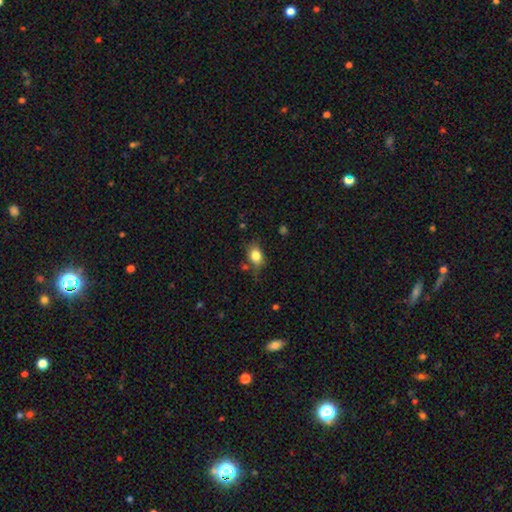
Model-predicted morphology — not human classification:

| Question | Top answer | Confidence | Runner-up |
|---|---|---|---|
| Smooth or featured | smooth | 82% | star or artifact (9%) |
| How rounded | in between | 68% | round (31%) |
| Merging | none | 67% | minor disturbance (23%) |